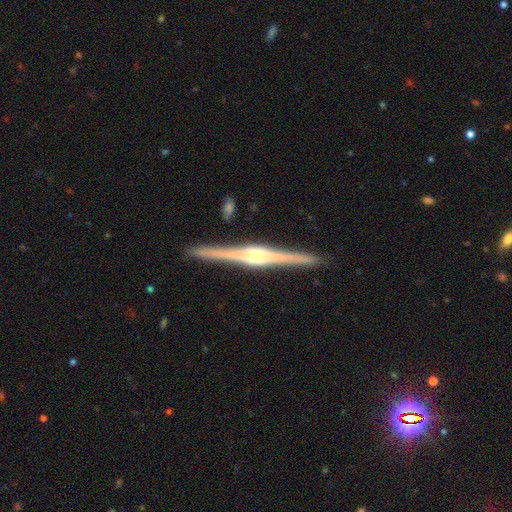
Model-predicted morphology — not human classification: Smooth or featured: featured or disk — 88% (smooth — 7%)
Edge-on disk: yes — 99% (no — 1%)
Edge-on bulge: rounded — 49% (boxy — 45%)
Merging: none — 92% (minor disturbance — 6%)